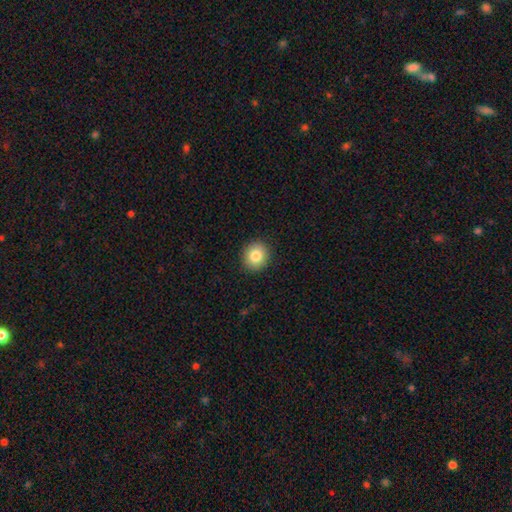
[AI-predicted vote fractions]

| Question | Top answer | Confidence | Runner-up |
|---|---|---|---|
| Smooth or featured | smooth | 83% | star or artifact (9%) |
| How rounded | round | 84% | in between (15%) |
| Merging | none | 92% | minor disturbance (6%) |